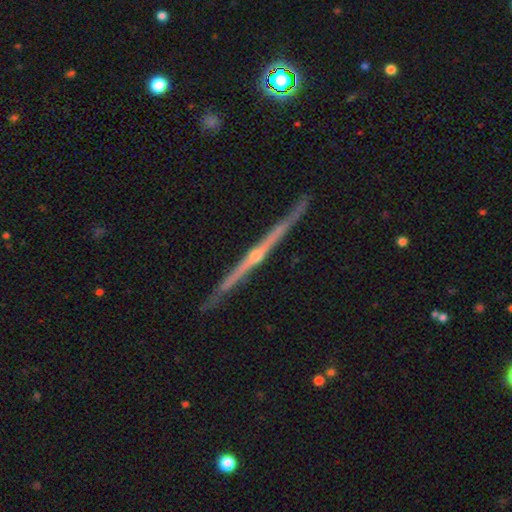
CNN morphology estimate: A featured or disk galaxy (87%) viewed edge-on (98%) with a rounded central bulge (78%). Merging: none (90%).